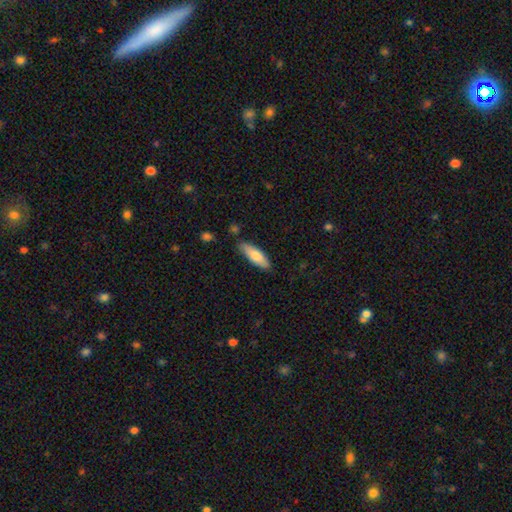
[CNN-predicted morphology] The model was most divided on "how rounded": in between: 52%, cigar-shaped: 46%, round: 2%. More confident: merging — none (81%); smooth or featured — smooth (77%).